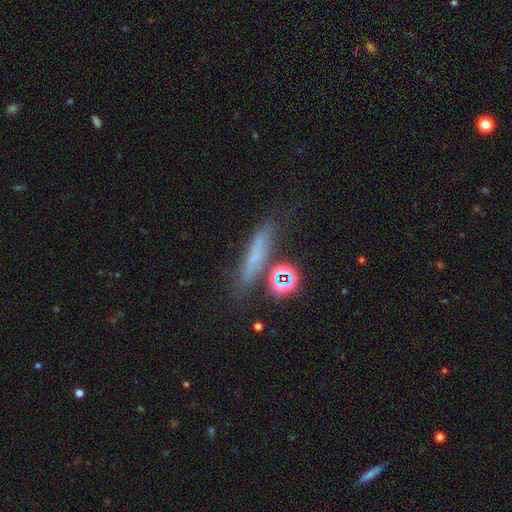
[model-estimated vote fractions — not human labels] A smooth galaxy with no disk features (53%) that is cigar-shaped (73%).

Vote fractions:
- Smooth or featured? smooth: 53% / featured or disk: 25% / star or artifact: 22%
- How rounded? cigar-shaped: 73% / in between: 15% / round: 12%
- Merging? none: 63% / minor disturbance: 17% / merger: 10% / major disturbance: 9%